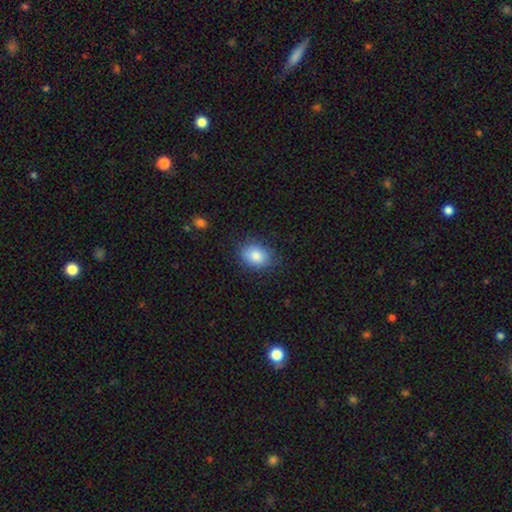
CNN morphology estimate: A smooth galaxy with no disk features (85%) that is in between round and cigar-shaped (71%). Merging: none (82%).